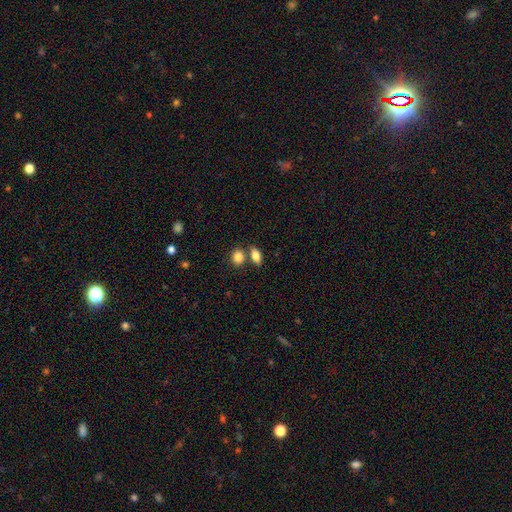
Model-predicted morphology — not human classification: smooth 84%, featured or disk 8%, star or artifact 8%. Down the decision tree: how rounded — in between (82%); merging — none (59%).